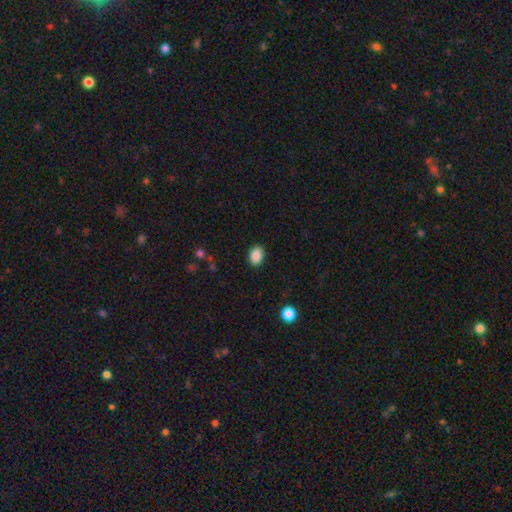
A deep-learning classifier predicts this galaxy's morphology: Smooth or featured?
  - smooth: 88% *
  - star or artifact: 8%
  - featured or disk: 4%
How rounded?
  - in between: 77% *
  - round: 22%
  - cigar-shaped: 1%
Merging?
  - none: 89% *
  - minor disturbance: 8%
  - major disturbance: 2%
  - merger: 1%